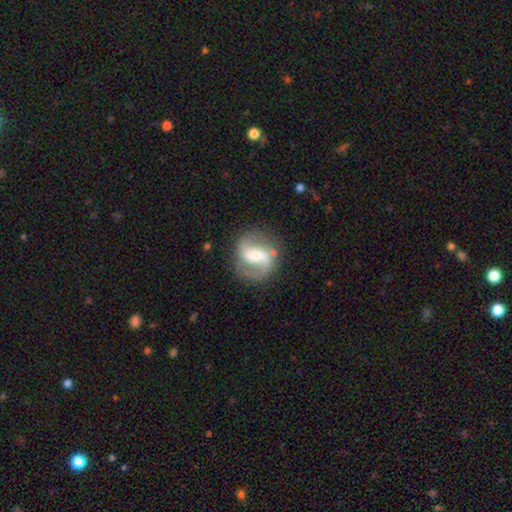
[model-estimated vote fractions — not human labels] Smooth or featured? Predicted: featured or disk (p=0.86). Edge-on disk? Predicted: no (p=0.98). Bar? Predicted: weak (p=0.42). Spiral arms? Predicted: yes (p=0.96). Spiral winding? Predicted: medium (p=0.48). Spiral arm count? Predicted: 2 (p=0.91). Bulge size? Predicted: moderate (p=0.46). Merging? Predicted: none (p=0.81).